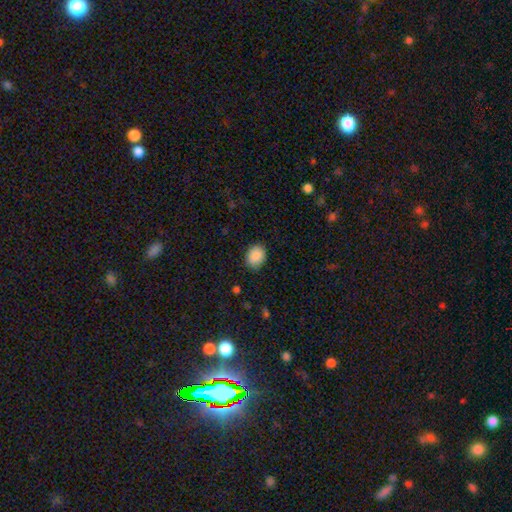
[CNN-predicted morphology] This is clearly a smooth galaxy (89%). How rounded: possibly in between (52%). Merging: clearly none (83%).